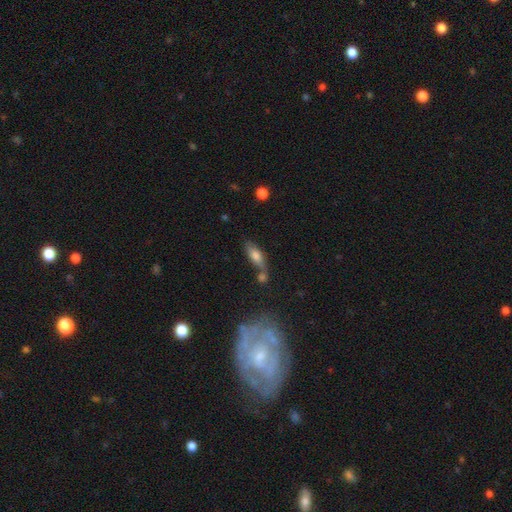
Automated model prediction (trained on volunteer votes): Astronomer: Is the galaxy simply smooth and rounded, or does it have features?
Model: smooth — 68%.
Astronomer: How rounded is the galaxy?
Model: in between — 67%.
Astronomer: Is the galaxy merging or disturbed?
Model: none — 51% (runner-up: merger, 26%).